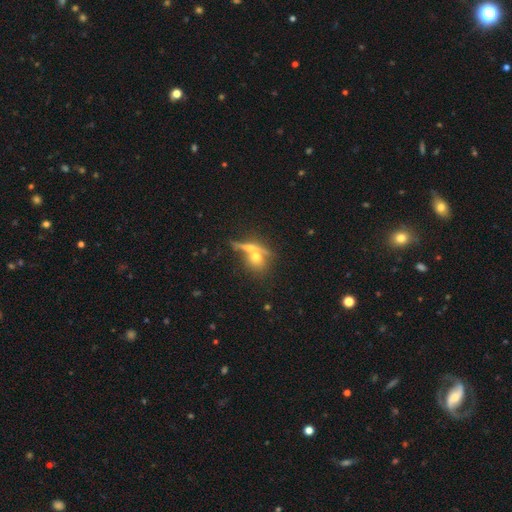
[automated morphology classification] This is possibly a smooth galaxy (57%). How rounded: likely round (60%). Merging: possibly merger (48%).